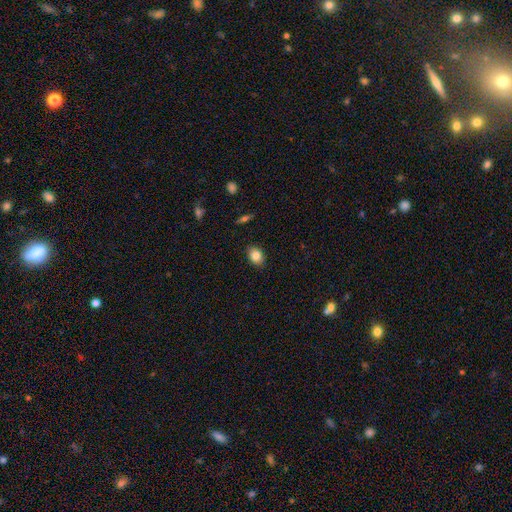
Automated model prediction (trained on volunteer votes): A smooth galaxy with no disk features (84%) that is in between round and cigar-shaped (70%). Merging: none (88%).